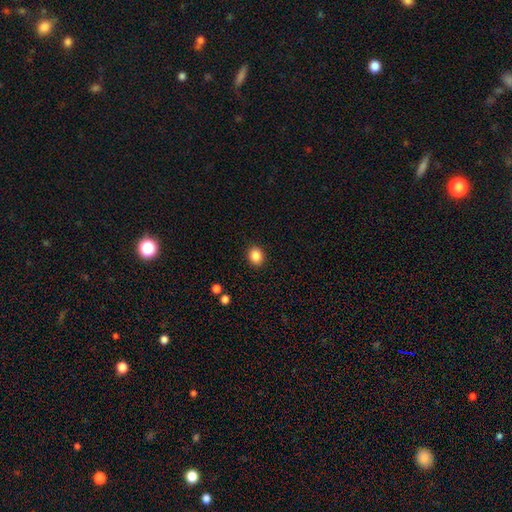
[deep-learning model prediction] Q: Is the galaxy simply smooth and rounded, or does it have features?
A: smooth — 87%.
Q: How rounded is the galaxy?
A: round — 53%.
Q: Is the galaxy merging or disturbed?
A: none — 90%.